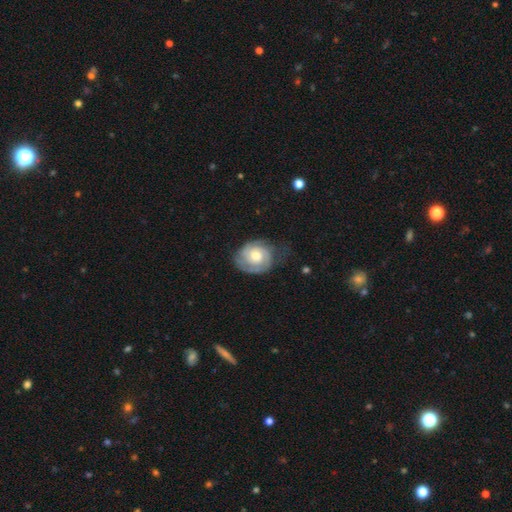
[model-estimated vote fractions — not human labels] Overall: featured or disk (76%). Edge-on disk: no (97%). Bar: no (73%). Spiral arms: yes (93%). Spiral arm count: 2 (49%; can't tell 23%). Spiral winding: tight (68%). Bulge size: moderate (65%). Merging: none (66%).